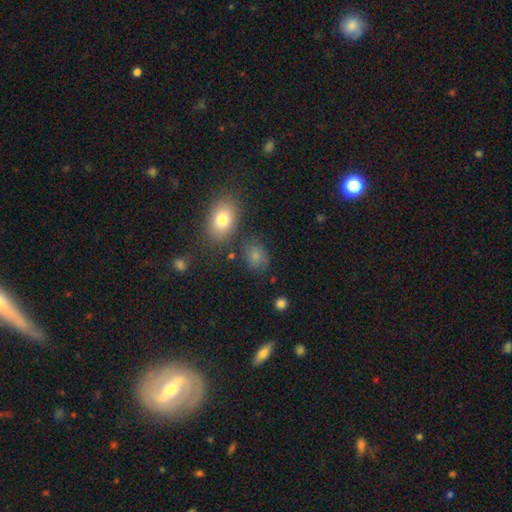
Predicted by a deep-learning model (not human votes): A smooth galaxy with no disk features (79%) that is in between round and cigar-shaped (51%). Merging: none (73%).